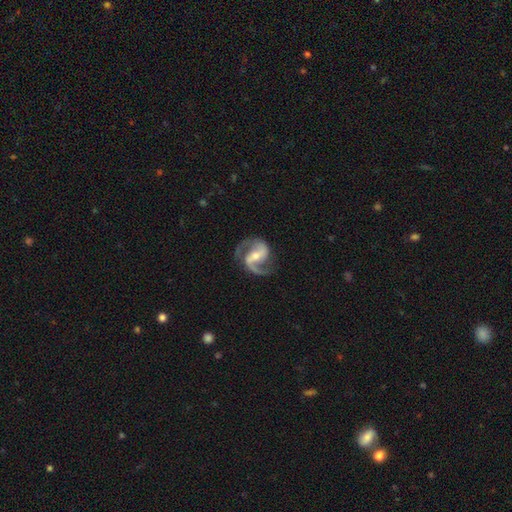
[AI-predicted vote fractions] Overall: featured or disk (91%). Edge-on disk: no (98%). Bar: strong (39%, tied with weak). Spiral arms: yes (98%). Spiral arm count: 2 (92%). Spiral winding: medium (57%; loose 28%). Bulge size: small (48%; moderate 46%). Merging: none (76%).